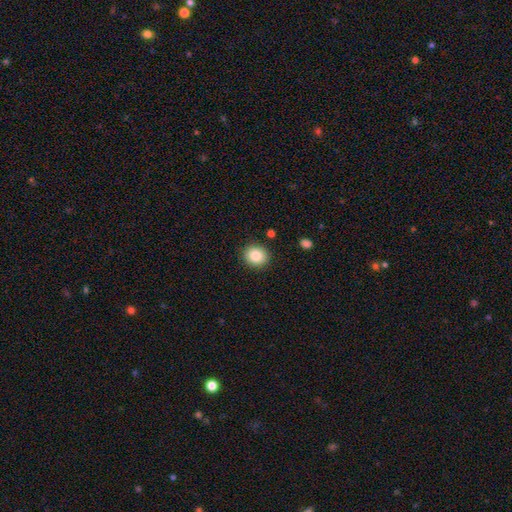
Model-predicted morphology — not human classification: Overall: smooth (85%). How rounded: round (75%). Merging: none (89%).